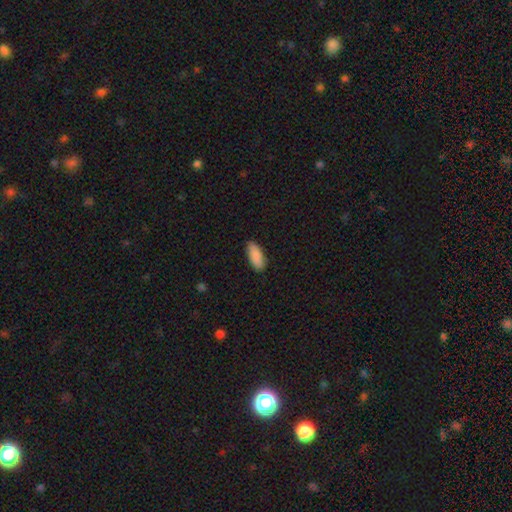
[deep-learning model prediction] Q: Smooth or featured?
A: smooth (90%); runner-up: star or artifact (6%)
Q: How rounded?
A: in between (83%); runner-up: cigar-shaped (16%)
Q: Merging?
A: none (87%); runner-up: minor disturbance (10%)